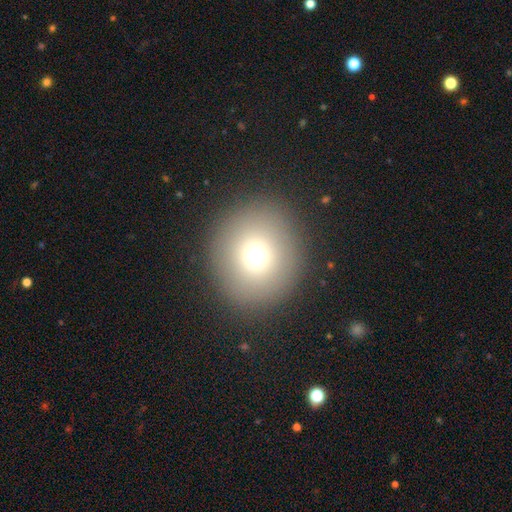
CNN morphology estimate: This appears to be a smooth galaxy with no disk features (71%) that is round (85%). Merging: none (89%).